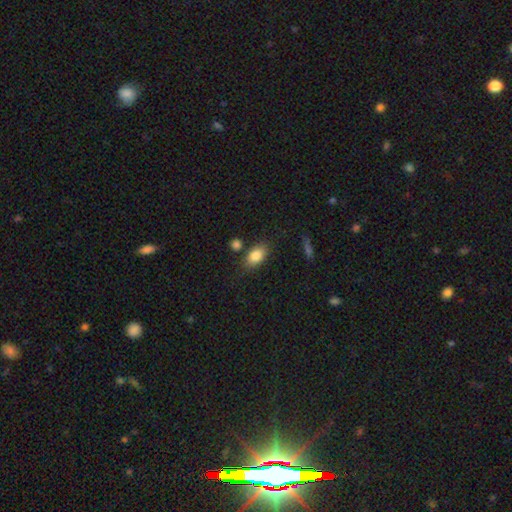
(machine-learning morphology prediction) smooth-or-featured: smooth: 84% | featured or disk: 9% | star or artifact: 8%
  how-rounded: in between: 87% | round: 9% | cigar-shaped: 4%
  merging: none: 76% | minor disturbance: 13% | merger: 7% | major disturbance: 4%